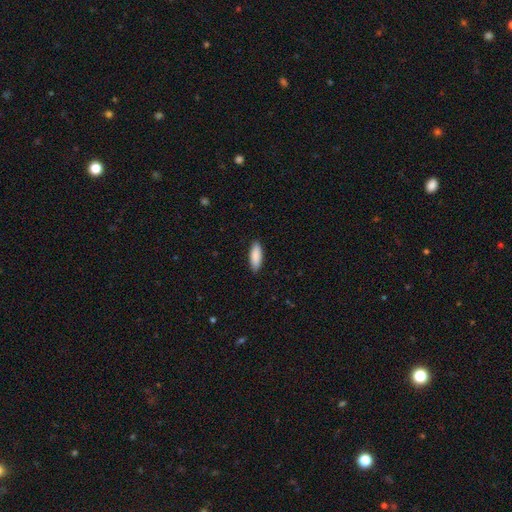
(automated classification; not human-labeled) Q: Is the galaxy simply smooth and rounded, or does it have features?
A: smooth — 90%.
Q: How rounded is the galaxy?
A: in between — 69%.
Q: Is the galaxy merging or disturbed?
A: none — 89%.